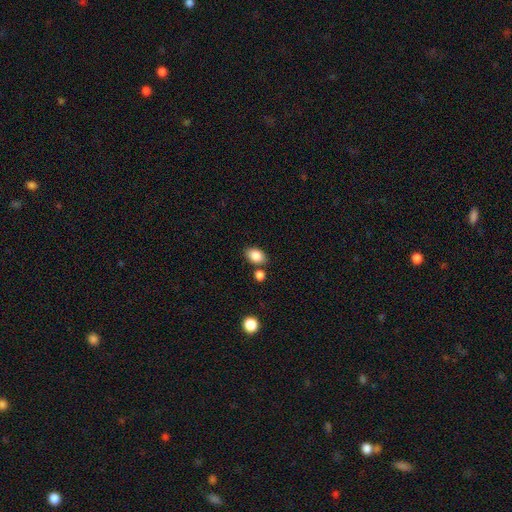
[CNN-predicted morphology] smooth-or-featured: smooth: 86% | star or artifact: 8% | featured or disk: 5%
  how-rounded: in between: 82% | round: 16% | cigar-shaped: 1%
  merging: none: 75% | minor disturbance: 12% | merger: 10% | major disturbance: 3%